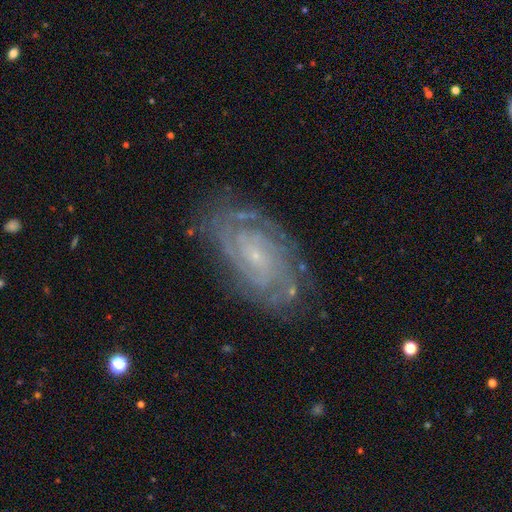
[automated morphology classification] featured or disk 86%, smooth 7%, star or artifact 7%. Down the decision tree: edge-on disk — no (96%); bar — no (61%); spiral arms — yes (97%); spiral arm count — 2 (32%); spiral winding — tight (74%); bulge size — small (82%); merging — none (78%).